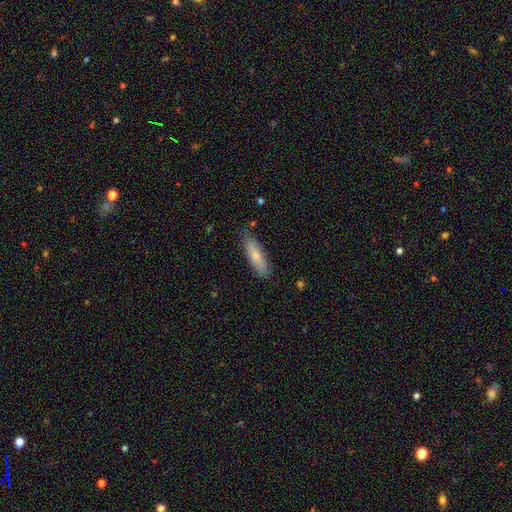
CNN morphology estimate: Smooth or featured: smooth — 71% (featured or disk — 23%)
How rounded: cigar-shaped — 58% (in between — 40%)
Merging: none — 80% (minor disturbance — 16%)